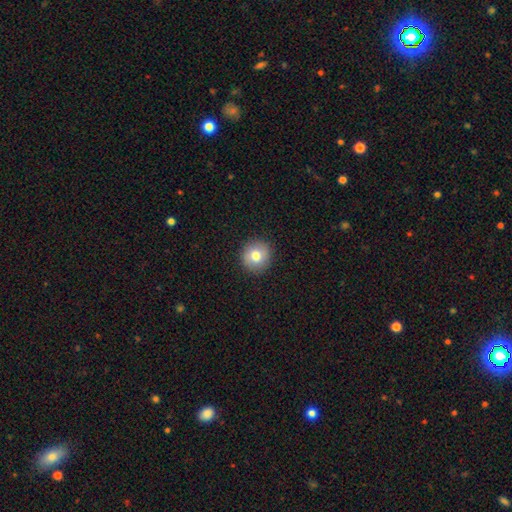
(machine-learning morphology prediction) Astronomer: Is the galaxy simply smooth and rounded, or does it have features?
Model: smooth — 77%.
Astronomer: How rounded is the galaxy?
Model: round — 93%.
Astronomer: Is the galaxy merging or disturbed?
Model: none — 91%.